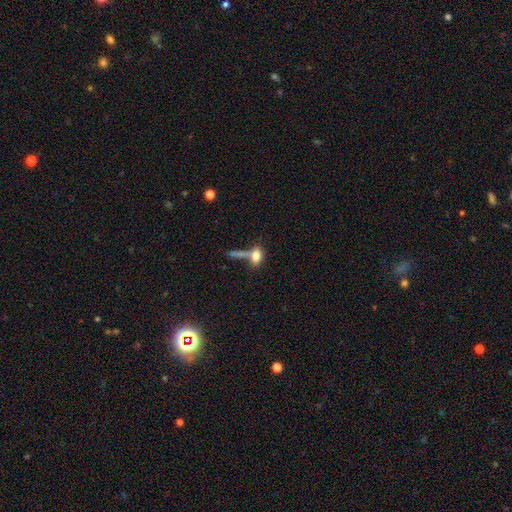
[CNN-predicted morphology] Smooth or featured?
  - smooth: 76% *
  - featured or disk: 15%
  - star or artifact: 9%
How rounded?
  - in between: 77% *
  - round: 14%
  - cigar-shaped: 9%
Merging?
  - none: 39% *
  - merger: 35%
  - minor disturbance: 14%
  - major disturbance: 12%